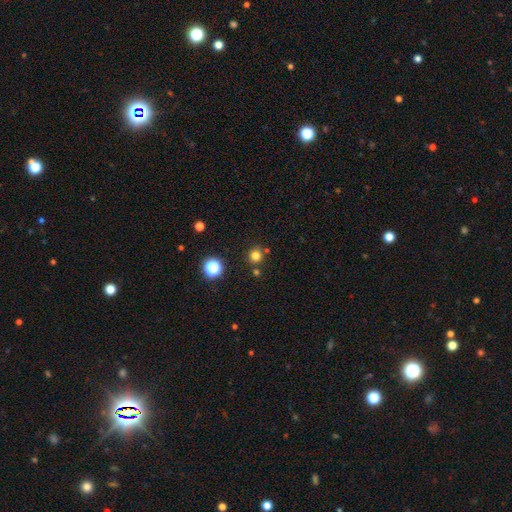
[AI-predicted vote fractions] This appears to be a smooth galaxy with no disk features (77%) that is round (93%). Merging: none (83%).